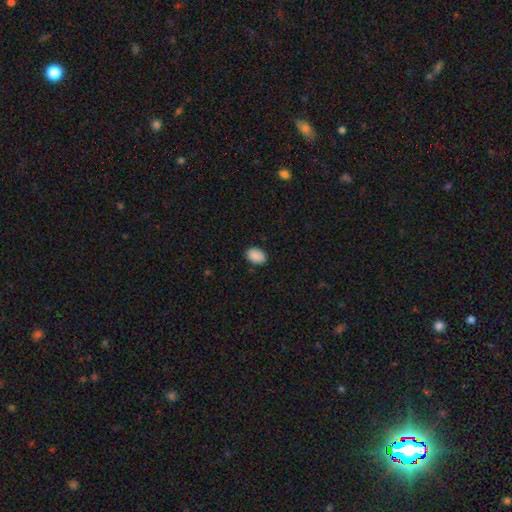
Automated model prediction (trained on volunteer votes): A smooth galaxy with no disk features (90%) that is in between round and cigar-shaped (82%). Merging: none (87%).